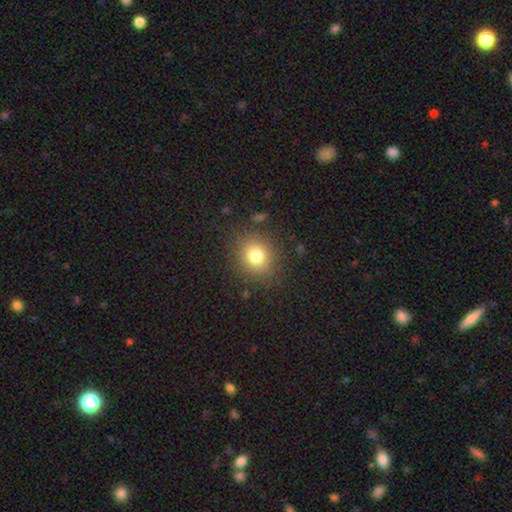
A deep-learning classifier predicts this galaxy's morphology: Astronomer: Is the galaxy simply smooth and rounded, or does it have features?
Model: smooth — 78%.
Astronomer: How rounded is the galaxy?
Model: round — 78%.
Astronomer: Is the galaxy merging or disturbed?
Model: none — 85%.